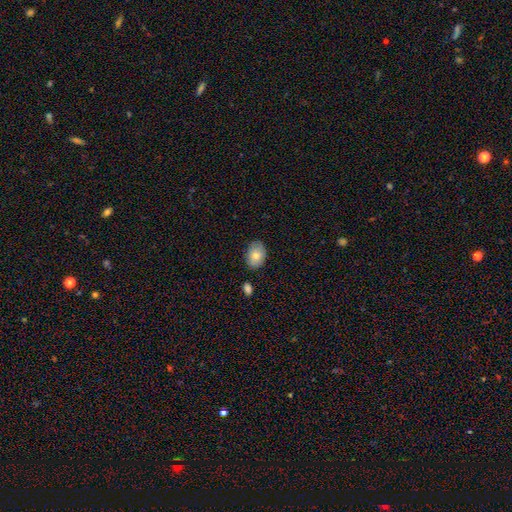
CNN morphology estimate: Smooth or featured? smooth (78%)
How rounded? in between (80%)
Merging? none (81%)